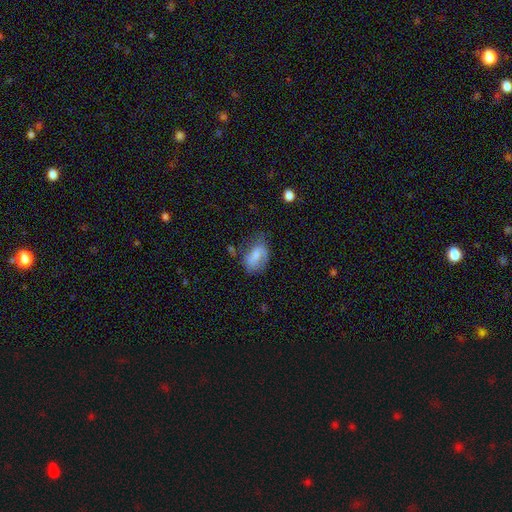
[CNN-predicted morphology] smooth_or_featured: smooth (p=0.53) [alt: featured or disk p=0.38]
how_rounded: in between (p=0.85) [alt: round p=0.13]
merging: none (p=0.50) [alt: minor disturbance p=0.31]